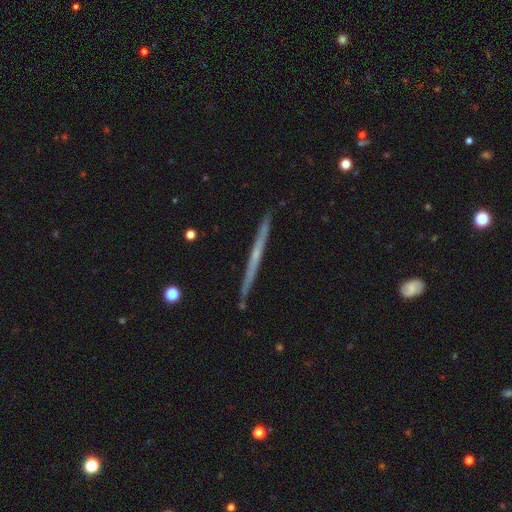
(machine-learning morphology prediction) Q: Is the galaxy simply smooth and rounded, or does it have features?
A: featured or disk — 67%.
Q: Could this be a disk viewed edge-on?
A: yes — 98%.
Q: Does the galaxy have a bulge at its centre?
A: none — 77%.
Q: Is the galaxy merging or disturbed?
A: none — 91%.